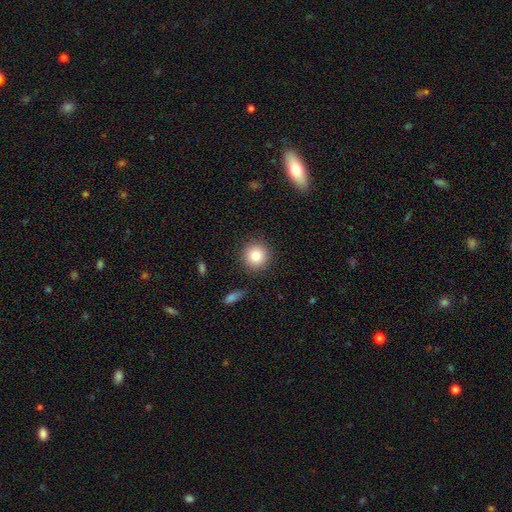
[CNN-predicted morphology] Smooth or featured? smooth (84%)
How rounded? round (93%)
Merging? none (88%)